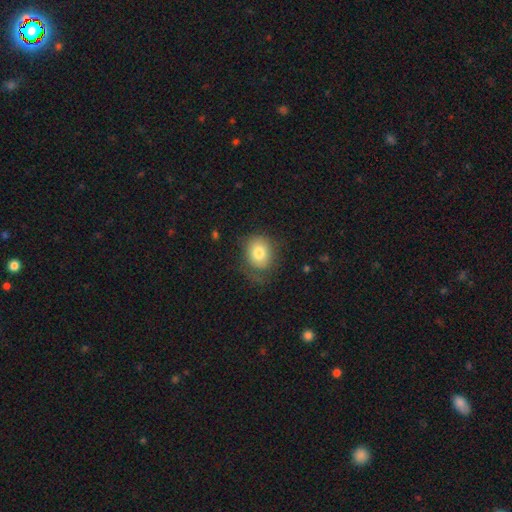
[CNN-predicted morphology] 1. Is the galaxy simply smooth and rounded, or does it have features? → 74% smooth, 16% featured or disk, 10% star or artifact.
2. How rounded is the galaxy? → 64% round, 35% in between, 1% cigar-shaped.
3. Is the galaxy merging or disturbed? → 64% none, 23% minor disturbance, 12% major disturbance, 1% merger.